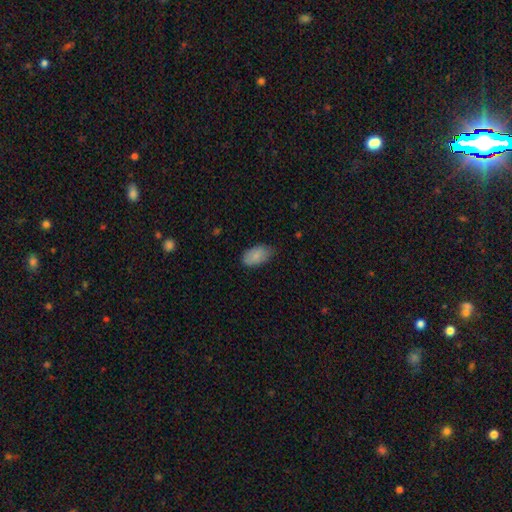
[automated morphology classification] smooth 85%, featured or disk 9%, star or artifact 6%. Down the decision tree: how rounded — in between (94%); merging — none (67%).